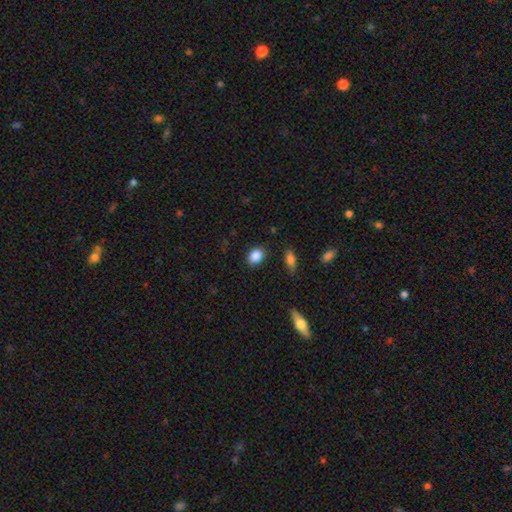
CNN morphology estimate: type=smooth (87%); roundness=in between (60%); merging=none (85%).